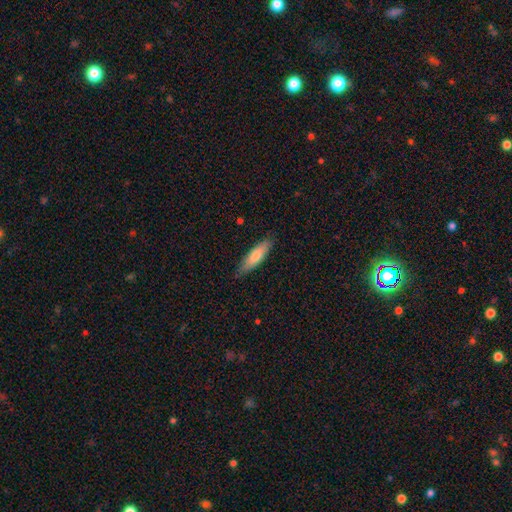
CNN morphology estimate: A smooth galaxy with no disk features (74%) that is cigar-shaped (64%). Merging: none (82%).